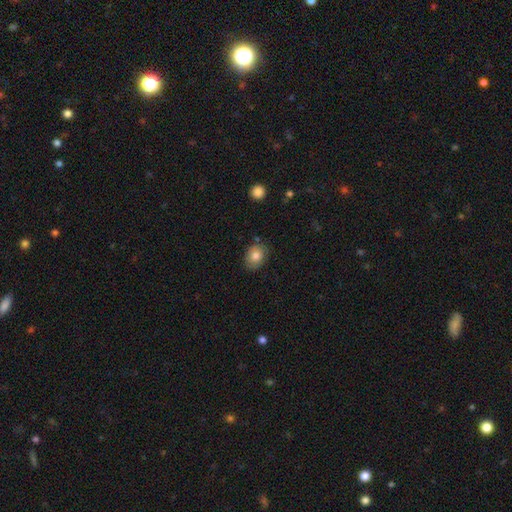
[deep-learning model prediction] Overall: smooth (78%). How rounded: in between (62%; round 37%). Merging: none (80%).